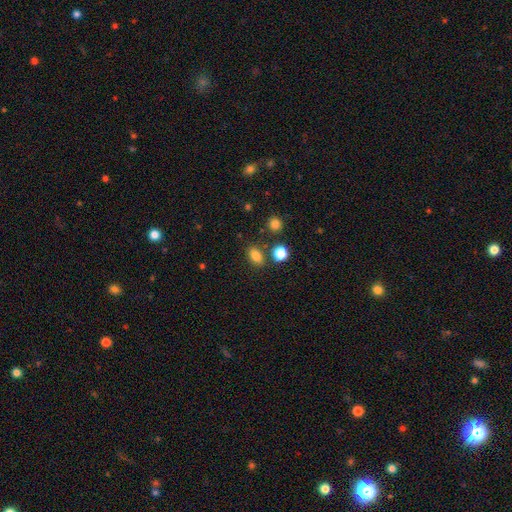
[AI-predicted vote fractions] A smooth galaxy with no disk features (83%) that is in between round and cigar-shaped (79%). Merging: none (78%).